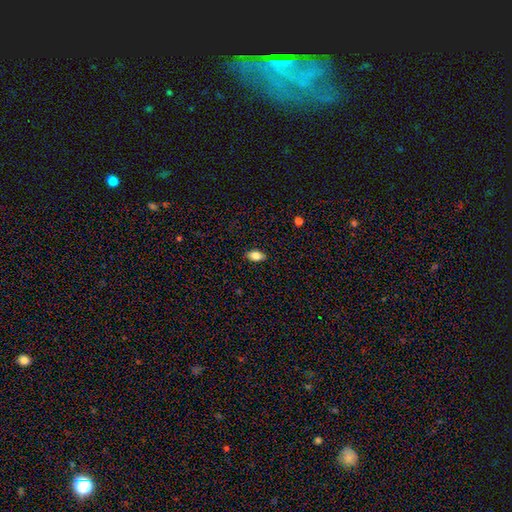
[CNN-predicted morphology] Smooth or featured? Predicted: smooth (p=0.83). How rounded? Predicted: in between (p=0.89). Merging? Predicted: none (p=0.86).